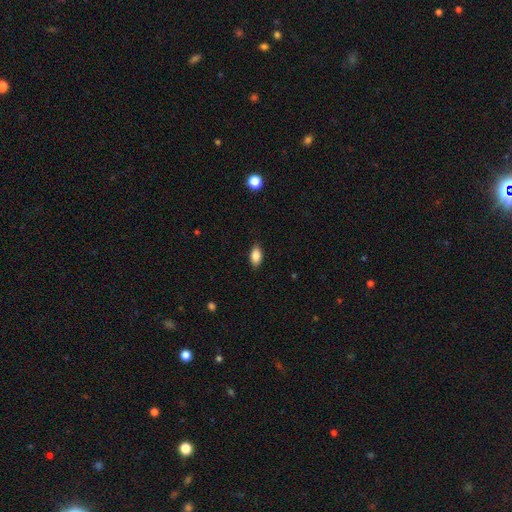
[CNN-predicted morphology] Smooth or featured: smooth — 86% (star or artifact — 8%)
How rounded: in between — 90% (round — 5%)
Merging: none — 85% (minor disturbance — 12%)